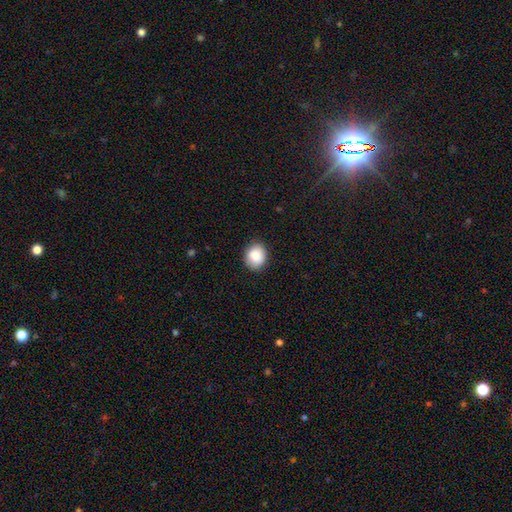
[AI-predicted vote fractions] A smooth galaxy with no disk features (88%) that is round (60%). Merging: none (87%).